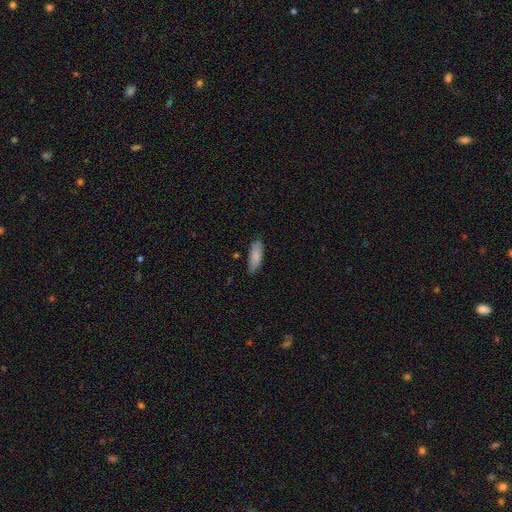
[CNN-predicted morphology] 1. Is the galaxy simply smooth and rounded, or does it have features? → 83% smooth, 11% featured or disk, 6% star or artifact.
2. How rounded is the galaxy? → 67% in between, 32% cigar-shaped, 2% round.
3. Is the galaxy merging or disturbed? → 83% none, 13% minor disturbance, 2% major disturbance, 1% merger.